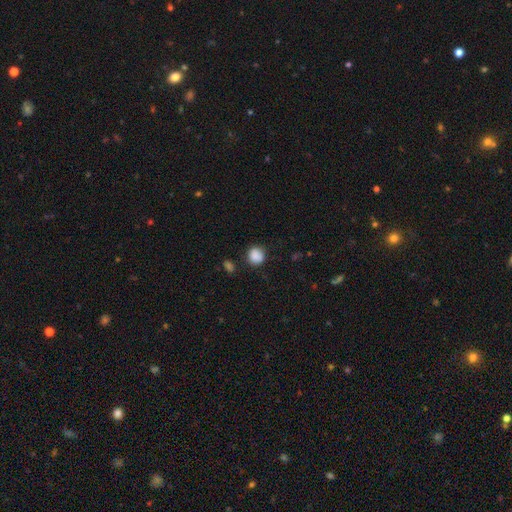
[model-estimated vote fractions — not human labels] Smooth or featured? Predicted: smooth (p=0.88). How rounded? Predicted: round (p=0.82). Merging? Predicted: none (p=0.78).